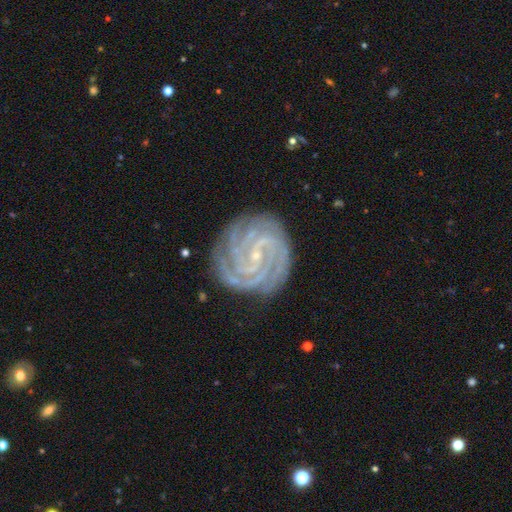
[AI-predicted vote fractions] Smooth or featured: featured or disk — 91% (star or artifact — 6%)
Edge-on disk: no — 98% (yes — 2%)
Bar: weak — 40% (no — 36%)
Spiral arms: yes — 99% (no — 1%)
Spiral winding: tight — 81% (medium — 16%)
Spiral arm count: 4 — 34% (3 — 22%)
Bulge size: small — 86% (moderate — 9%)
Merging: none — 82% (minor disturbance — 13%)